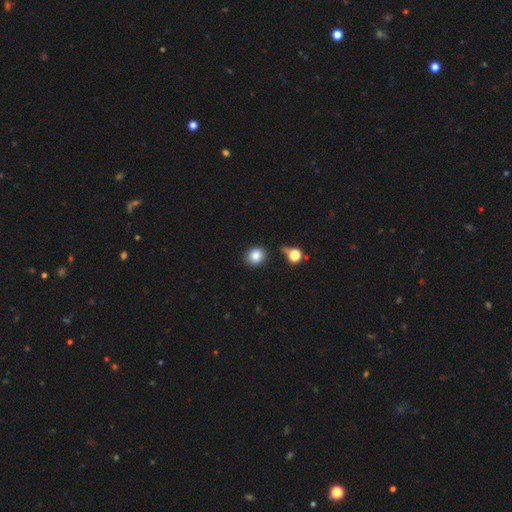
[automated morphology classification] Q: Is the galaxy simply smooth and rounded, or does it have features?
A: smooth — 84%.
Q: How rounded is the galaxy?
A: round — 73%.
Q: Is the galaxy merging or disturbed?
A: none — 81%.